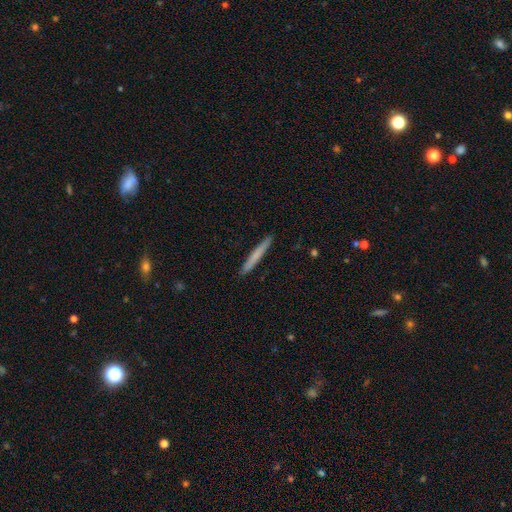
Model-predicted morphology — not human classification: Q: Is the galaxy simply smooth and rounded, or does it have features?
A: smooth — 65%.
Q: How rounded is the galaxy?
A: cigar-shaped — 97%.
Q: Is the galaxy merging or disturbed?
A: none — 92%.